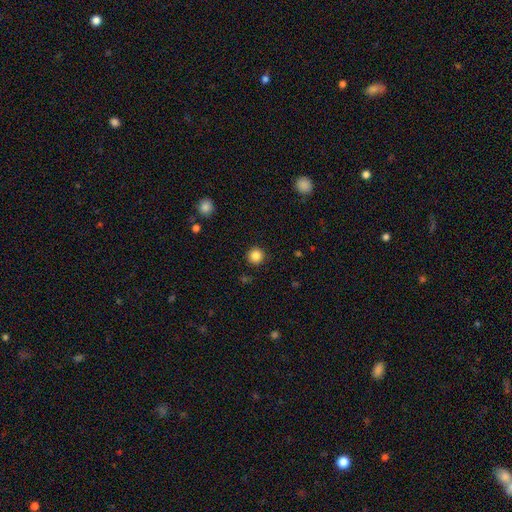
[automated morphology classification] smooth 85%, star or artifact 11%, featured or disk 4%. Down the decision tree: how rounded — round (95%); merging — none (92%).